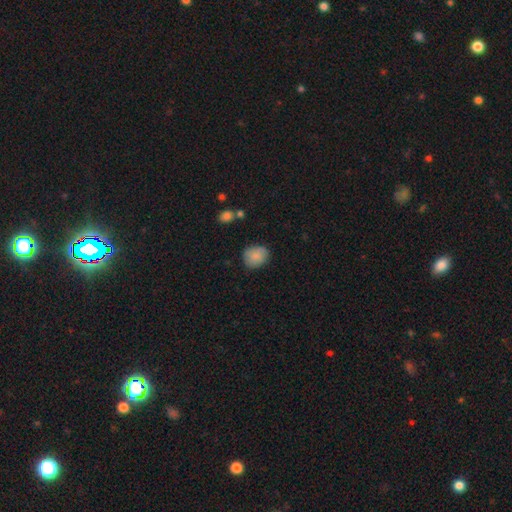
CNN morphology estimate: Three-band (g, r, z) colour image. It shows a smooth galaxy with no disk features (86%) that is round (64%). Merging: none (79%).